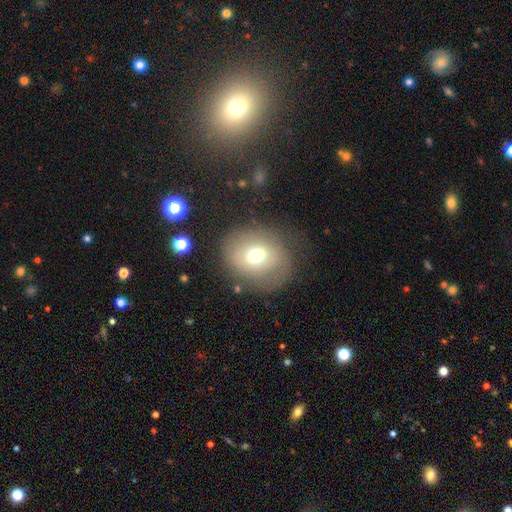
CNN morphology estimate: Smooth or featured: smooth — 64% (featured or disk — 25%)
How rounded: round — 61% (in between — 38%)
Merging: none — 63% (minor disturbance — 20%)